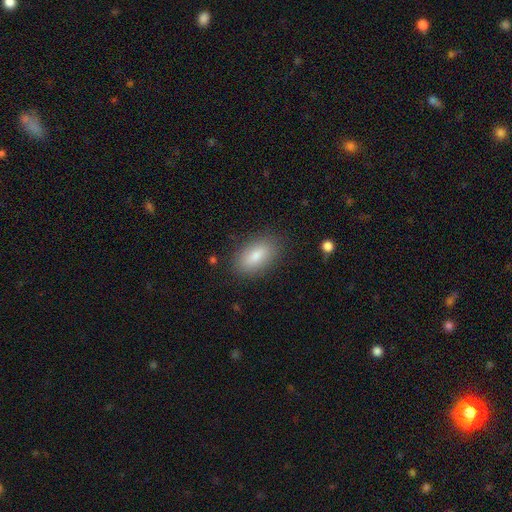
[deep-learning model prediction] smooth 81%, featured or disk 11%, star or artifact 7%. Down the decision tree: how rounded — in between (89%); merging — none (85%).